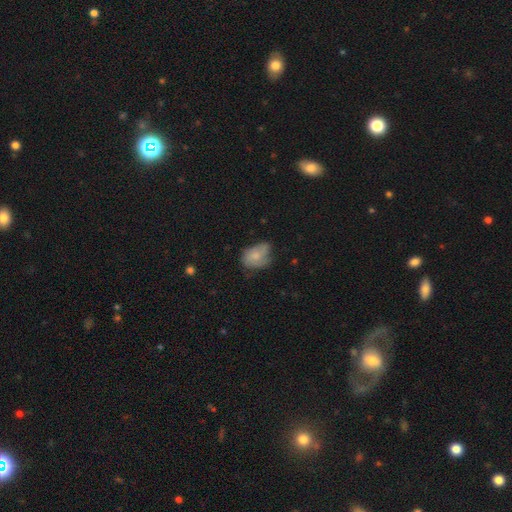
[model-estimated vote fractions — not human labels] Smooth or featured?
  - smooth: 66% *
  - featured or disk: 26%
  - star or artifact: 8%
How rounded?
  - in between: 74% *
  - round: 24%
  - cigar-shaped: 1%
Merging?
  - none: 40% *
  - minor disturbance: 39%
  - major disturbance: 18%
  - merger: 3%